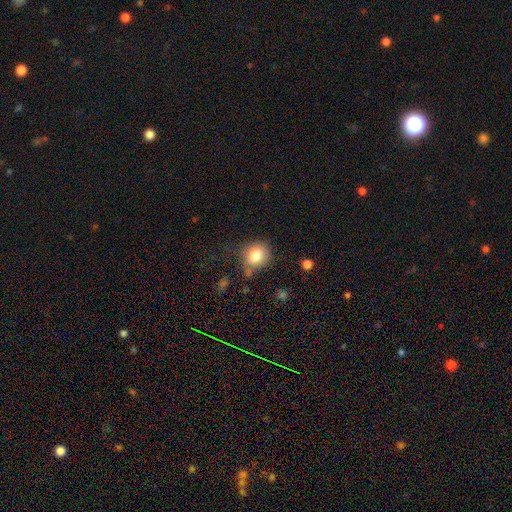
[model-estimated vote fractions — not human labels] The model was most divided on "how rounded": round: 70%, in between: 29%, cigar-shaped: 1%. More confident: smooth or featured — smooth (83%); merging — none (67%).